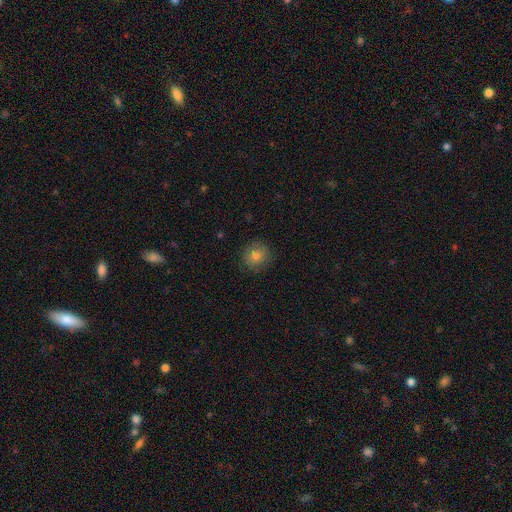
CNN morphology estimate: Smooth or featured? Predicted: smooth (p=0.75). How rounded? Predicted: round (p=0.90). Merging? Predicted: none (p=0.86).